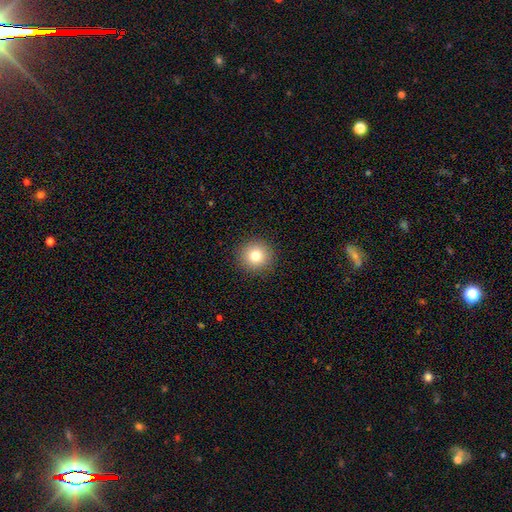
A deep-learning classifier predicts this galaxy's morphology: The model was most divided on "smooth or featured": smooth: 81%, star or artifact: 11%, featured or disk: 8%. More confident: how rounded — round (94%); merging — none (92%).